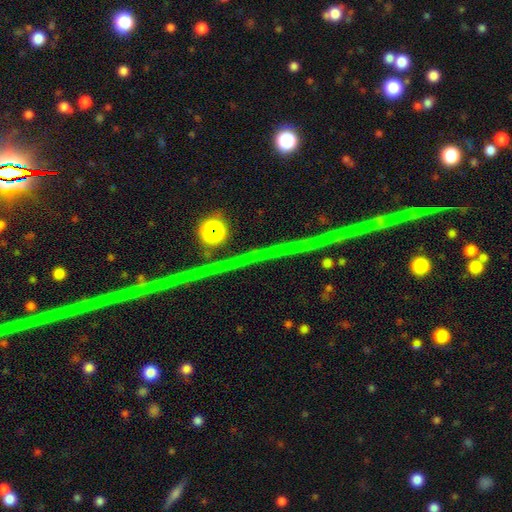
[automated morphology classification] smooth_or_featured: star or artifact (p=0.79) [alt: featured or disk p=0.13]